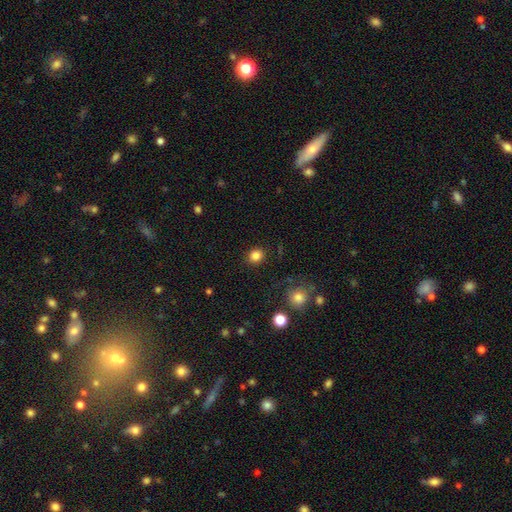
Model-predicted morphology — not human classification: Smooth or featured?
  - smooth: 84% *
  - star or artifact: 11%
  - featured or disk: 5%
How rounded?
  - round: 79% *
  - in between: 20%
  - cigar-shaped: 1%
Merging?
  - none: 89% *
  - minor disturbance: 7%
  - major disturbance: 2%
  - merger: 2%